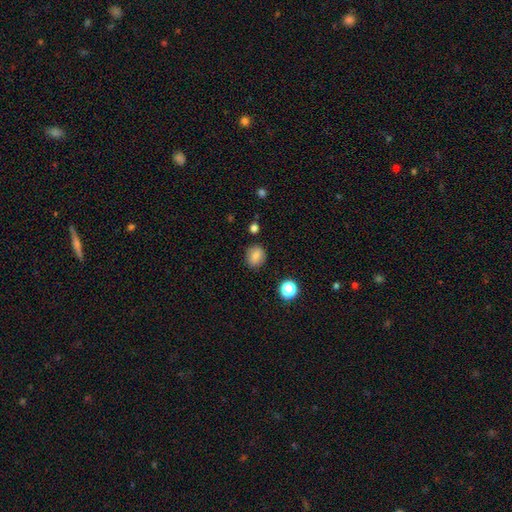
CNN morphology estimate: Smooth or featured: smooth — 78% (star or artifact — 11%)
How rounded: round — 69% (in between — 30%)
Merging: none — 85% (minor disturbance — 10%)